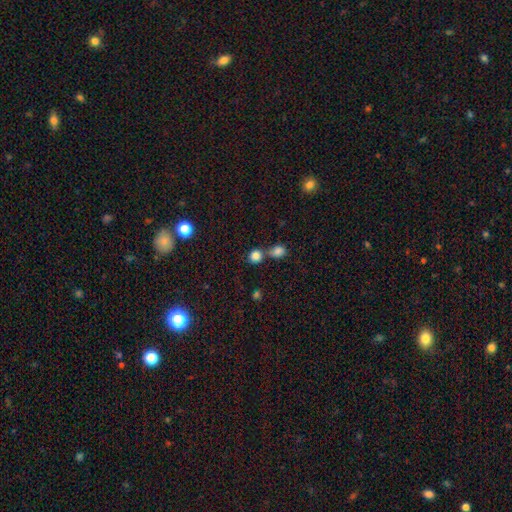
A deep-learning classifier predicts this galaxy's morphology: The model was most divided on "merging": none: 51%, merger: 38%, minor disturbance: 8%, major disturbance: 3%. More confident: how rounded — round (84%); smooth or featured — smooth (82%).